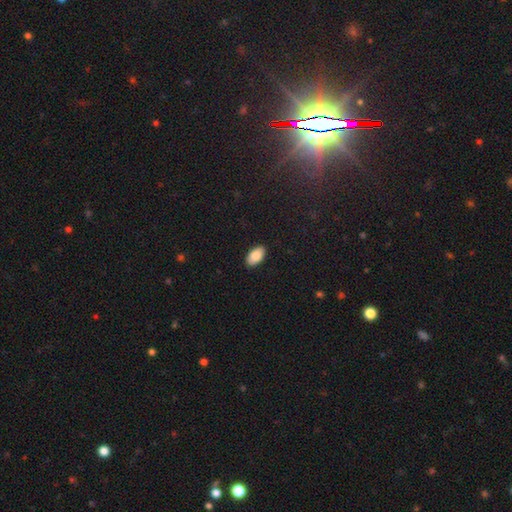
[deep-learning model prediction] Q: Smooth or featured?
A: smooth (84%); runner-up: featured or disk (9%)
Q: How rounded?
A: in between (95%); runner-up: round (3%)
Q: Merging?
A: none (90%); runner-up: minor disturbance (8%)